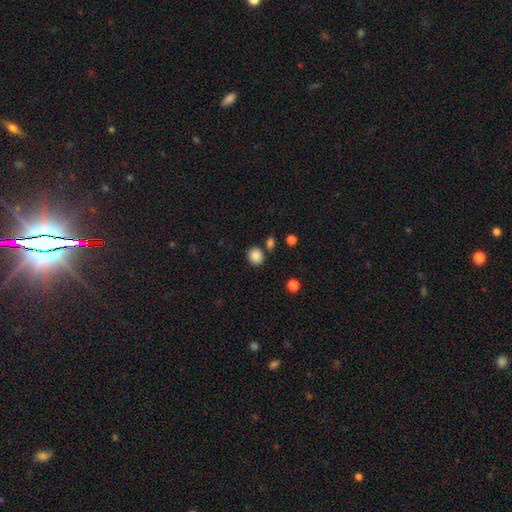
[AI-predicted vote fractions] This appears to be a smooth galaxy with no disk features (87%) that is round (82%). Merging: none (81%).